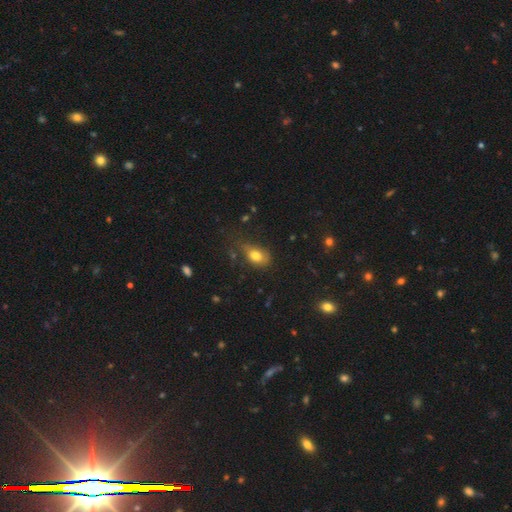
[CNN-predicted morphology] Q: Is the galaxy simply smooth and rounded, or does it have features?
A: smooth — 78%.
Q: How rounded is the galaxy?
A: in between — 78%.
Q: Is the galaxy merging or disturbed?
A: none — 55%.